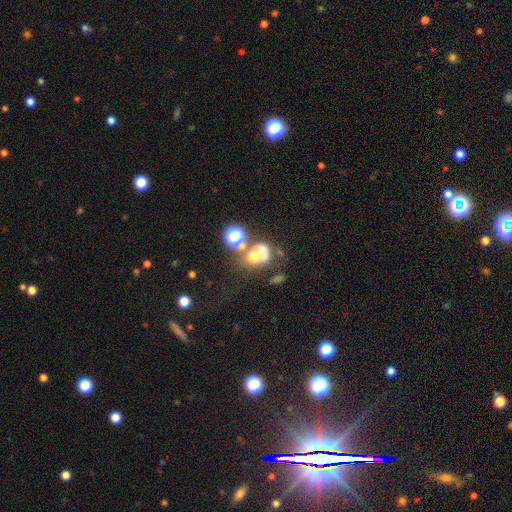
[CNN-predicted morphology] smooth_or_featured: smooth (p=0.47) [alt: featured or disk p=0.31]
merging: merger (p=0.49) [alt: none p=0.25]